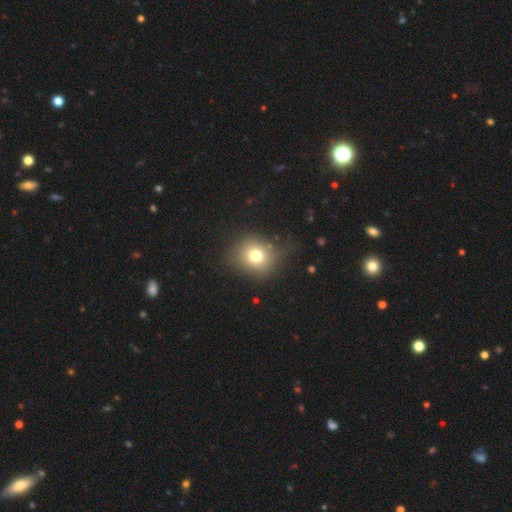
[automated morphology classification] smooth_or_featured: smooth (p=0.74) [alt: star or artifact p=0.14]
how_rounded: round (p=0.81) [alt: in between p=0.18]
merging: none (p=0.72) [alt: minor disturbance p=0.18]